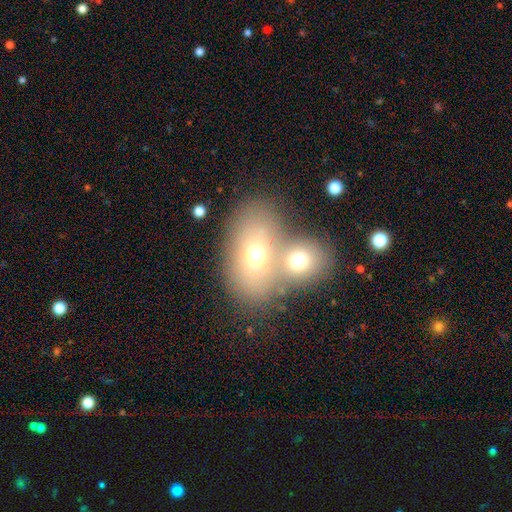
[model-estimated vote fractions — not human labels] This is likely a smooth galaxy (65%). How rounded: likely in between (70%). Merging: possibly merger (59%).